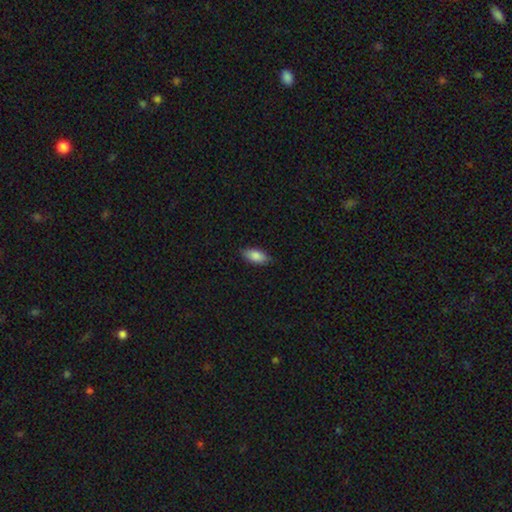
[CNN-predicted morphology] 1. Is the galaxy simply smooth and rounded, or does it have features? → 86% smooth, 8% featured or disk, 6% star or artifact.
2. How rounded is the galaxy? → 87% in between, 10% cigar-shaped, 2% round.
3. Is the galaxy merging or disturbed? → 83% none, 14% minor disturbance, 2% major disturbance, 1% merger.